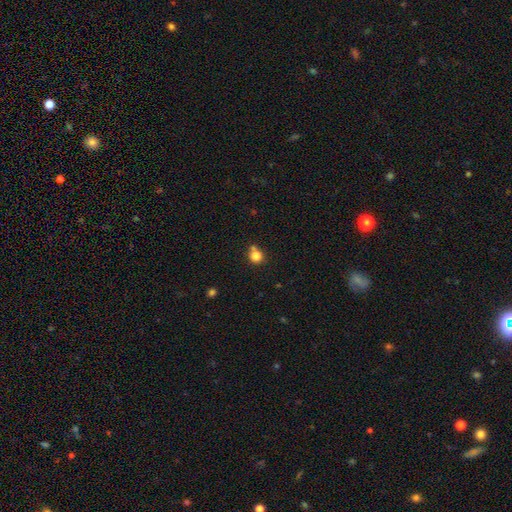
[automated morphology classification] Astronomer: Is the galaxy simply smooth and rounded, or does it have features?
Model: smooth — 82%.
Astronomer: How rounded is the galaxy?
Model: round — 85%.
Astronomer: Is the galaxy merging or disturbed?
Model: none — 61%.